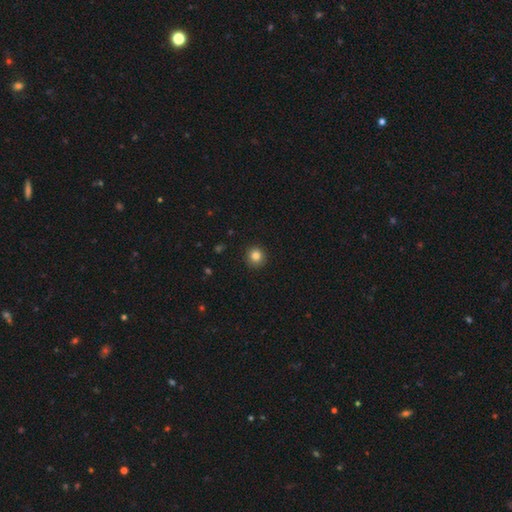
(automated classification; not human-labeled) Smooth or featured?
  - smooth: 83% *
  - star or artifact: 11%
  - featured or disk: 6%
How rounded?
  - round: 93% *
  - in between: 6%
  - cigar-shaped: 1%
Merging?
  - none: 92% *
  - minor disturbance: 6%
  - major disturbance: 2%
  - merger: 1%